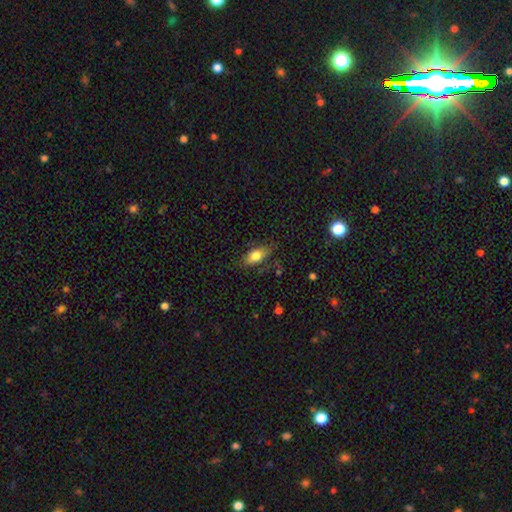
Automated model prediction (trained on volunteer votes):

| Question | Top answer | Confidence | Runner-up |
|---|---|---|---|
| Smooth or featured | smooth | 75% | featured or disk (17%) |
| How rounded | in between | 84% | cigar-shaped (10%) |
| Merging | none | 73% | minor disturbance (19%) |